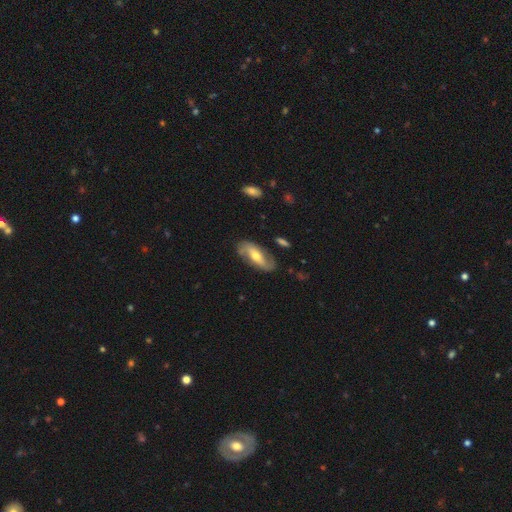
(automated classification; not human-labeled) Morphology: type=featured or disk (65%); edge-on=no (85%); bar=no (37%); spiral arms=yes (81%); bulge=moderate (61%); merging=none (77%).